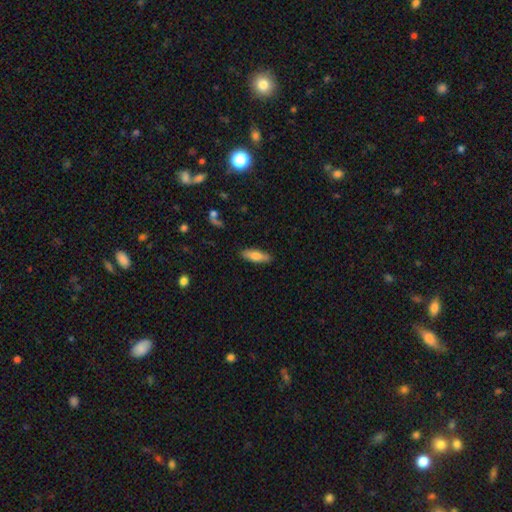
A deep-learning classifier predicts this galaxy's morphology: smooth_or_featured: smooth (p=0.72) [alt: featured or disk p=0.22]
how_rounded: in between (p=0.51) [alt: cigar-shaped p=0.46]
merging: none (p=0.89) [alt: minor disturbance p=0.08]